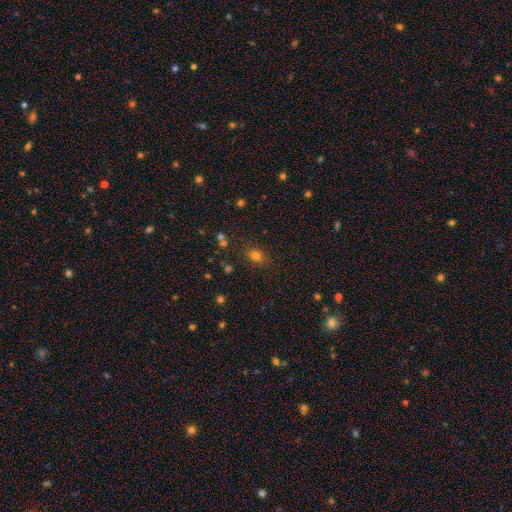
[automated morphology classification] Overall: smooth (73%). How rounded: in between (63%; round 35%). Merging: none (83%).